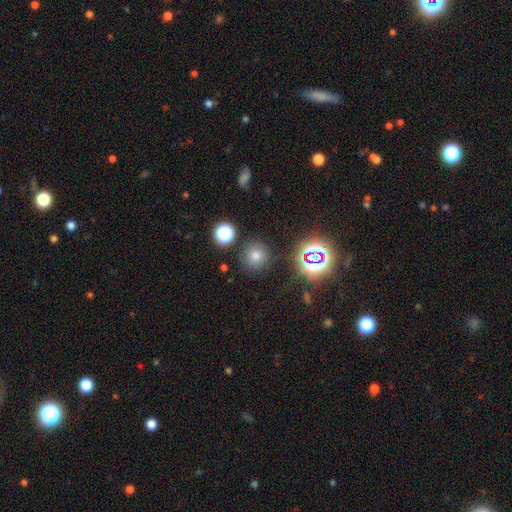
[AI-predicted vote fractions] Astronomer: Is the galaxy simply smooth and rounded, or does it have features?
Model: smooth — 65%.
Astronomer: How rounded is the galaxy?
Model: round — 93%.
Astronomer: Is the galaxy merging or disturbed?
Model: none — 86%.